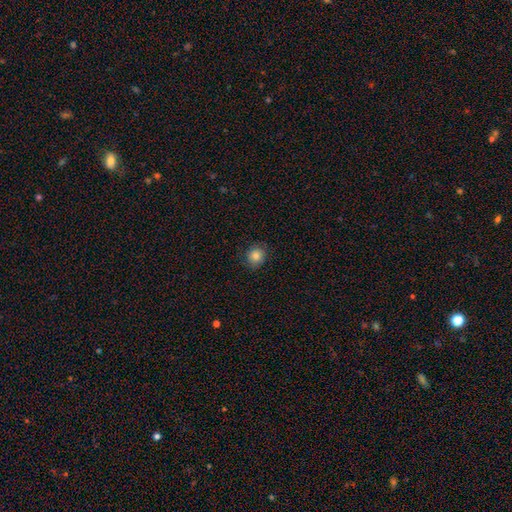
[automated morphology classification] smooth_or_featured: smooth (p=0.82) [alt: star or artifact p=0.10]
how_rounded: round (p=0.78) [alt: in between p=0.21]
merging: none (p=0.84) [alt: minor disturbance p=0.12]